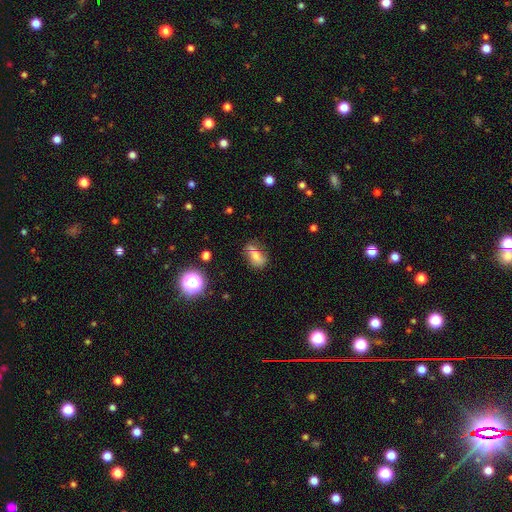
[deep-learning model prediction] This is likely a smooth galaxy (62%). How rounded: likely in between (78%). Merging: possibly none (52%).